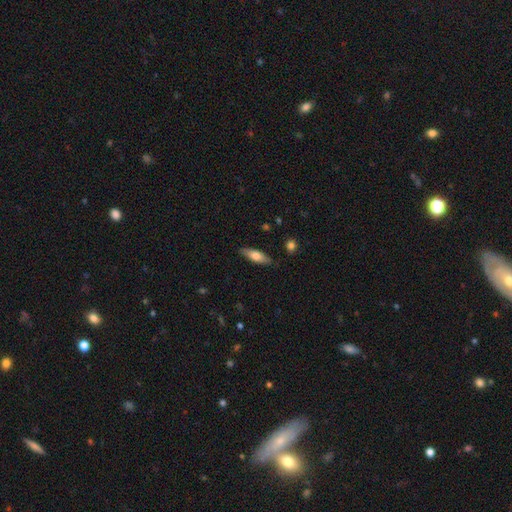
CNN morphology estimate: This is likely a smooth galaxy (66%). How rounded: possibly in between (49%). Merging: clearly none (86%).